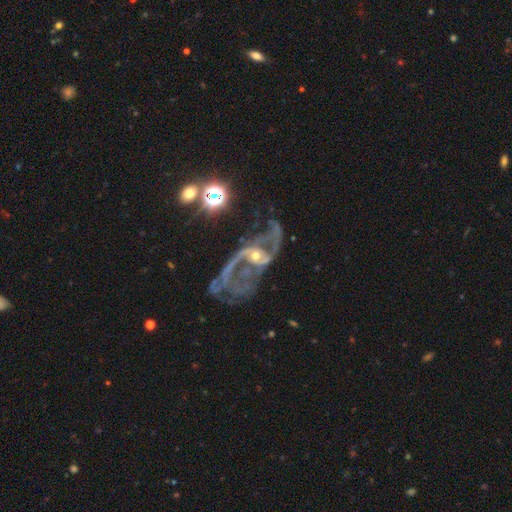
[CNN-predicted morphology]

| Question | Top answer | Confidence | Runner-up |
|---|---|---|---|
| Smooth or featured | featured or disk | 88% | star or artifact (7%) |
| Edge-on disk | no | 96% | yes (4%) |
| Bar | no | 55% | weak (28%) |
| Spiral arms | yes | 91% | no (9%) |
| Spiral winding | loose | 70% | medium (23%) |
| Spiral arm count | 2 | 81% | can't tell (6%) |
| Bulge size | moderate | 51% | small (42%) |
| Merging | major disturbance | 45% | none (30%) |